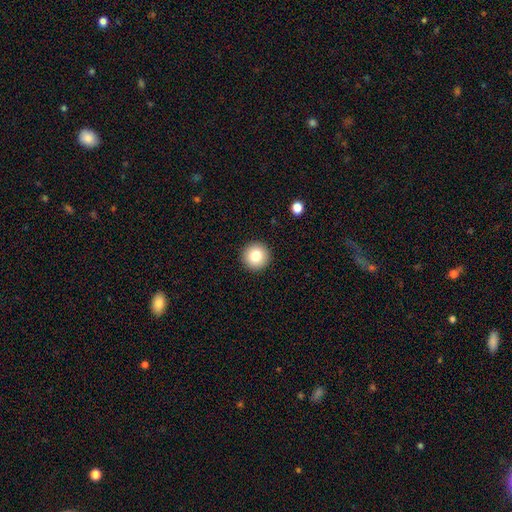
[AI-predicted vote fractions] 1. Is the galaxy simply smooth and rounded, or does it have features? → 81% smooth, 10% star or artifact, 9% featured or disk.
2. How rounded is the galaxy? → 96% round, 3% in between, 1% cigar-shaped.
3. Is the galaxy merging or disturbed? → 93% none, 4% minor disturbance, 1% major disturbance, 1% merger.